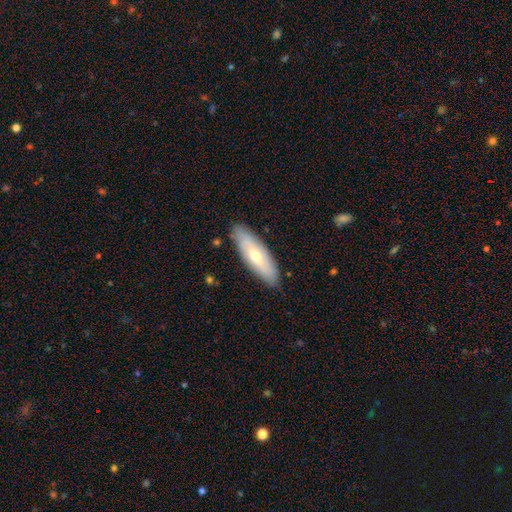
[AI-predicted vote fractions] This is possibly a smooth galaxy (55%). How rounded: possibly in between (50%). Merging: clearly none (86%).